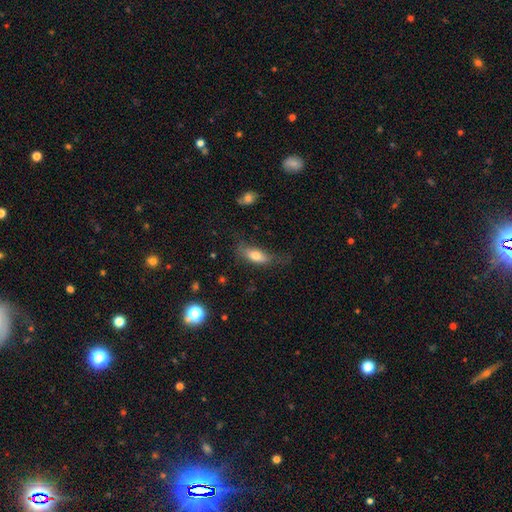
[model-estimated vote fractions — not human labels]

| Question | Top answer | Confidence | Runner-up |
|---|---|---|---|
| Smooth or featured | smooth | 72% | featured or disk (20%) |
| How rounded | in between | 74% | cigar-shaped (23%) |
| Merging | none | 51% | minor disturbance (29%) |